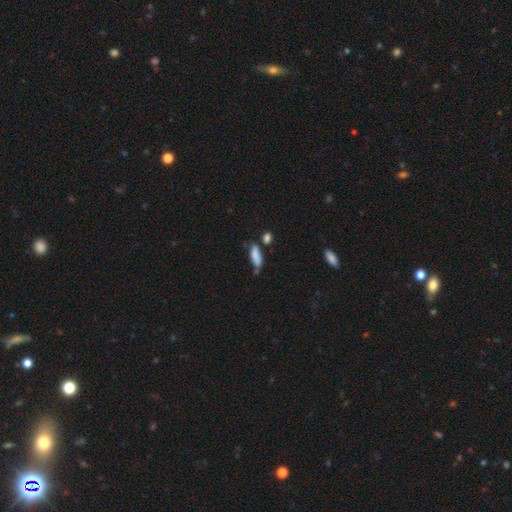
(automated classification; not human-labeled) smooth 83%, featured or disk 9%, star or artifact 8%. Down the decision tree: how rounded — in between (61%); merging — none (58%).